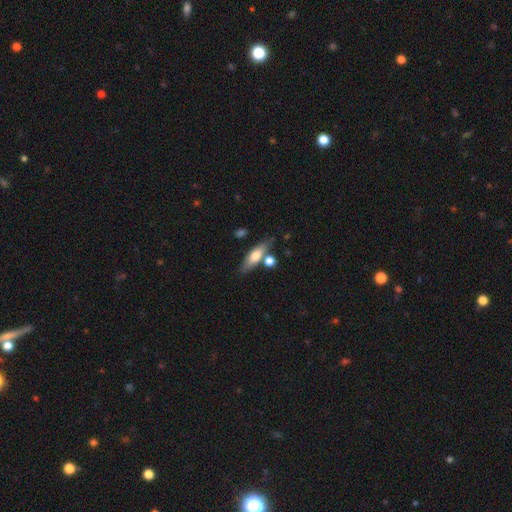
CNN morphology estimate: Q: Smooth or featured?
A: smooth (63%); runner-up: featured or disk (30%)
Q: How rounded?
A: cigar-shaped (50%); runner-up: in between (46%)
Q: Merging?
A: none (69%); runner-up: merger (14%)